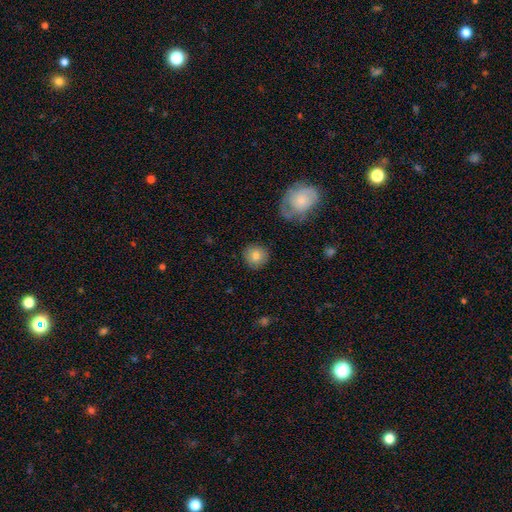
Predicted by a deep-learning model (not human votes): smooth-or-featured: smooth: 80% | featured or disk: 11% | star or artifact: 8%
  how-rounded: round: 92% | in between: 7% | cigar-shaped: 1%
  merging: none: 87% | minor disturbance: 9% | major disturbance: 3% | merger: 2%